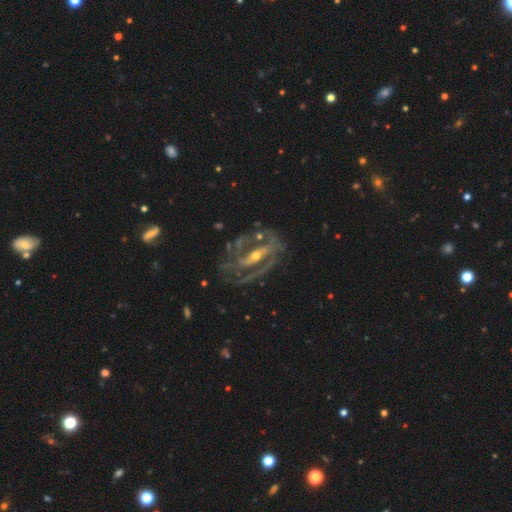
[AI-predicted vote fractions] featured or disk 89%, star or artifact 6%, smooth 6%. Down the decision tree: edge-on disk — no (89%); bar — strong (62%); spiral arms — yes (85%); spiral arm count — 2 (57%); spiral winding — medium (42%); bulge size — small (53%); merging — none (58%).